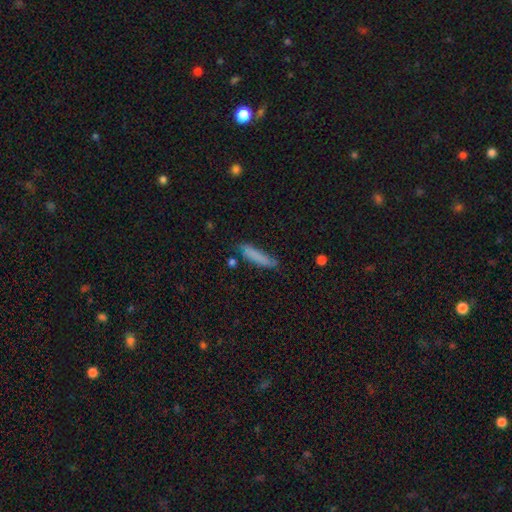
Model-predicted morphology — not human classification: smooth 78%, featured or disk 15%, star or artifact 7%. Down the decision tree: how rounded — cigar-shaped (87%); merging — none (69%).